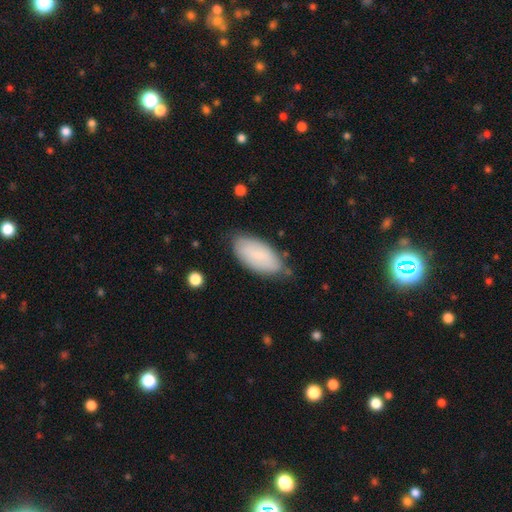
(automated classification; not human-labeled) A smooth galaxy with no disk features (74%) that is in between round and cigar-shaped (92%).

Vote fractions:
- Smooth or featured? smooth: 74% / featured or disk: 19% / star or artifact: 7%
- How rounded? in between: 92% / cigar-shaped: 6% / round: 2%
- Merging? none: 72% / minor disturbance: 22% / major disturbance: 4% / merger: 2%